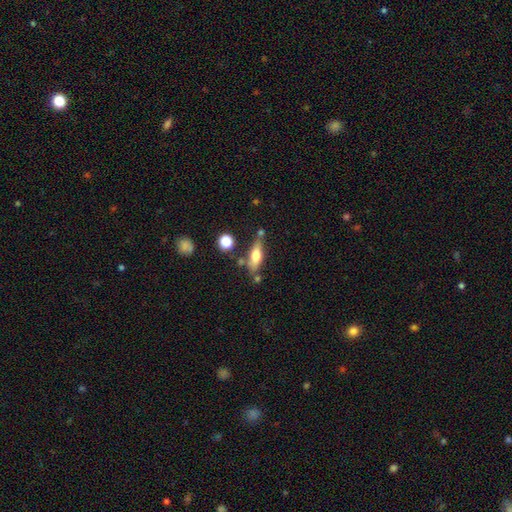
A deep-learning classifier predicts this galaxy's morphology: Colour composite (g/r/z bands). It shows a smooth galaxy with no disk features (60%) that is in between round and cigar-shaped (54%). Merging: none (63%).